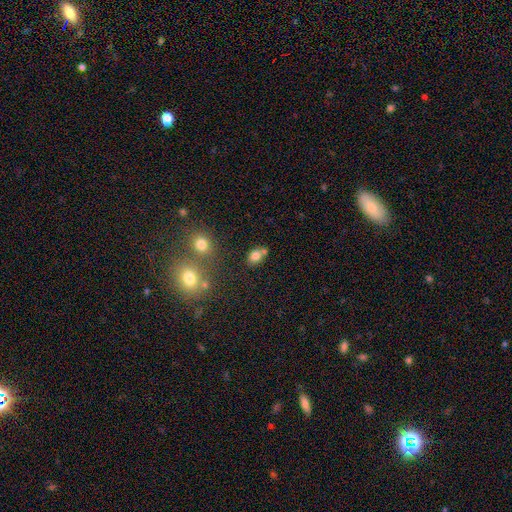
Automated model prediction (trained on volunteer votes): smooth_or_featured: smooth (p=0.78) [alt: star or artifact p=0.13]
how_rounded: in between (p=0.60) [alt: round p=0.38]
merging: none (p=0.54) [alt: merger p=0.27]